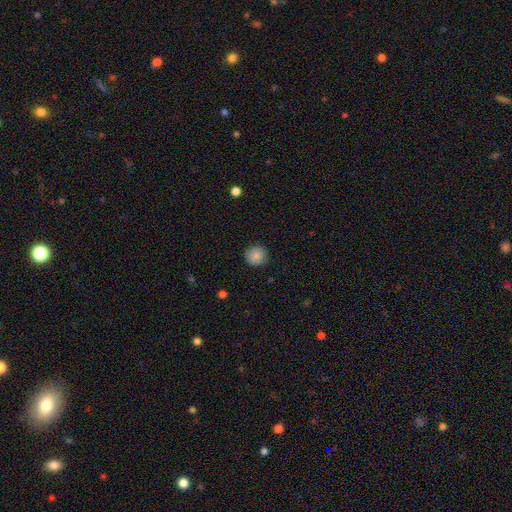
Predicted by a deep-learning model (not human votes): This is clearly a smooth galaxy (86%). How rounded: clearly round (92%). Merging: clearly none (88%).